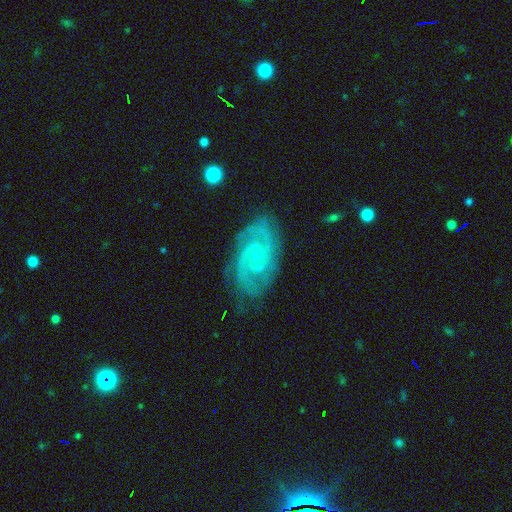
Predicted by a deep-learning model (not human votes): This appears to be a featured or disk galaxy (90%) with no bar (65%), 2 (63%) tight (67%) spiral arms (98%) and a small central bulge (85%). Merging: none (79%).